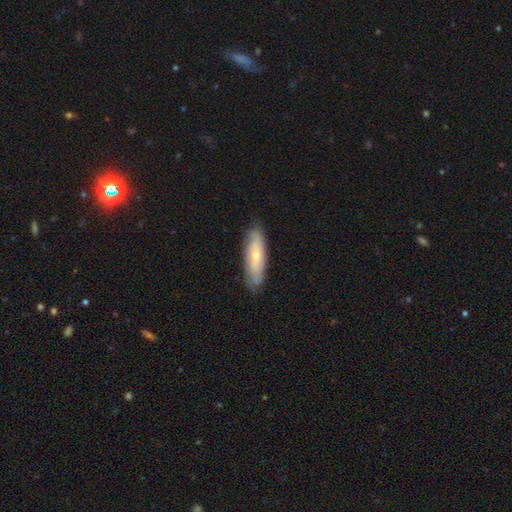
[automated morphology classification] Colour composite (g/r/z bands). It shows a featured or disk galaxy (48%). Merging: none (81%).